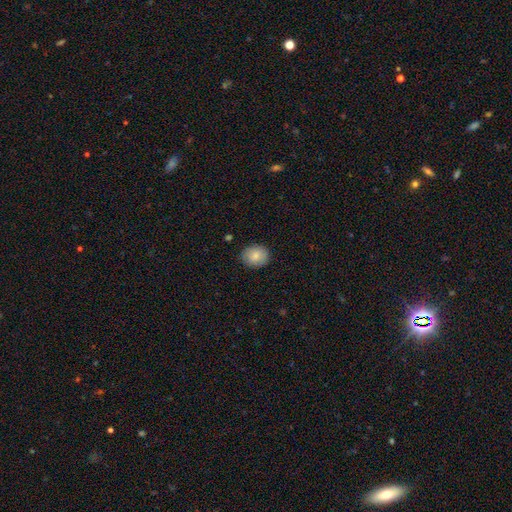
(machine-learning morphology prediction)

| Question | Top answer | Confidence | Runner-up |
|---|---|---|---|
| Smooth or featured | smooth | 84% | featured or disk (8%) |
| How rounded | round | 59% | in between (40%) |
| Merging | none | 87% | minor disturbance (10%) |